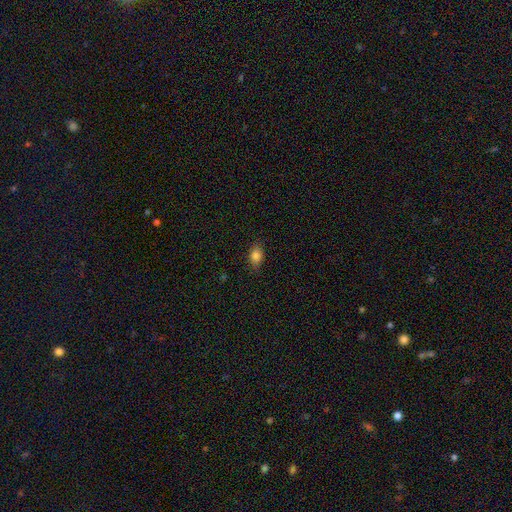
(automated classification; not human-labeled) Smooth or featured? smooth (84%)
How rounded? in between (81%)
Merging? none (84%)